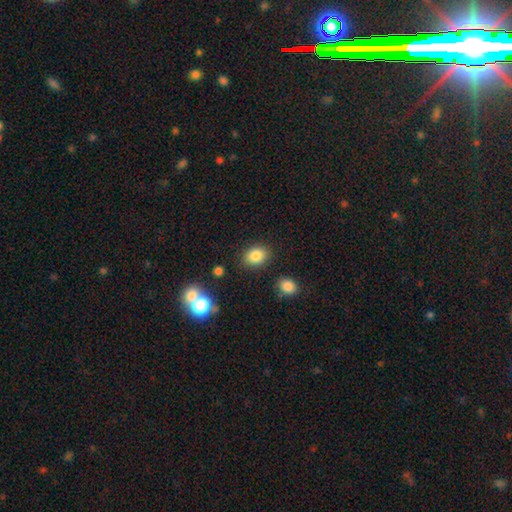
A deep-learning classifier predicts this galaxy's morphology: This is clearly a smooth galaxy (84%). How rounded: likely in between (66%). Merging: clearly none (85%).